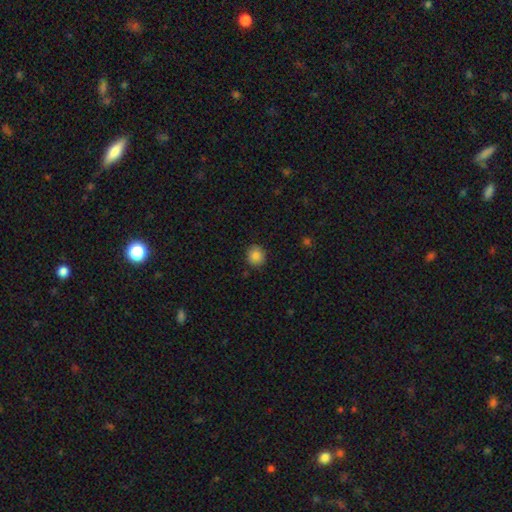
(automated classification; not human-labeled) The model was most divided on "how rounded": round: 86%, in between: 13%, cigar-shaped: 1%. More confident: merging — none (89%); smooth or featured — smooth (85%).